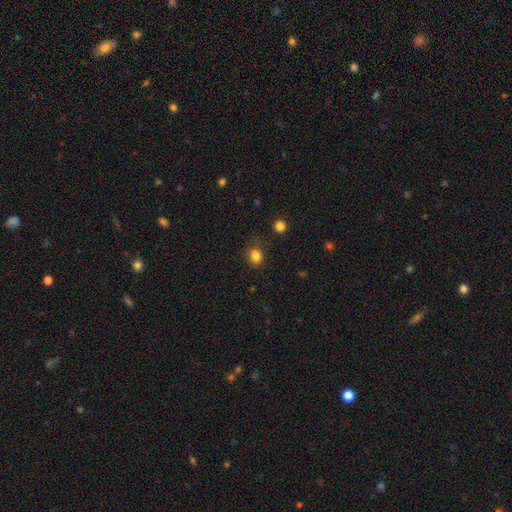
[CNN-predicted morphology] smooth-or-featured: smooth: 83% | star or artifact: 13% | featured or disk: 5%
  how-rounded: round: 59% | in between: 40% | cigar-shaped: 1%
  merging: none: 74% | minor disturbance: 18% | major disturbance: 6% | merger: 3%